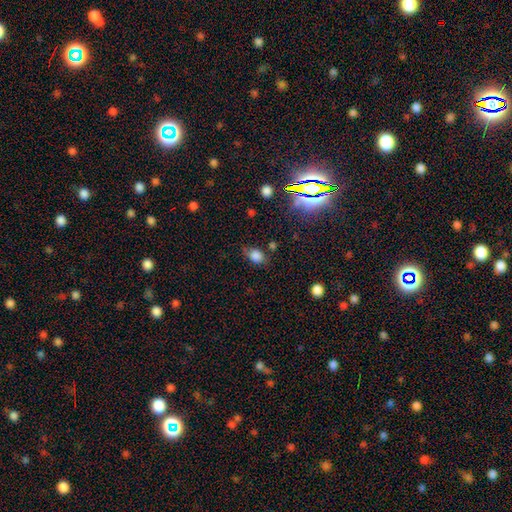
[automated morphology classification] type=smooth (78%); roundness=in between (71%); merging=none (68%).